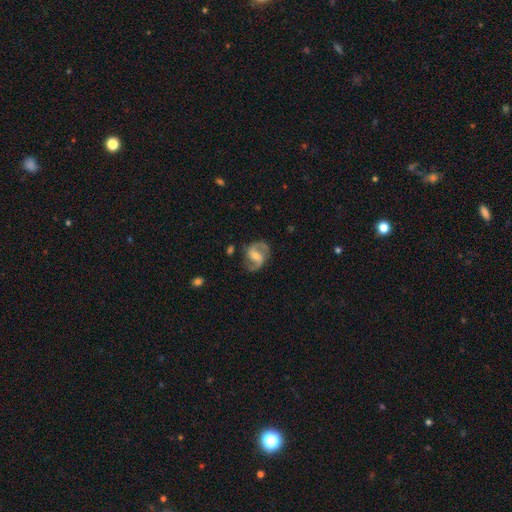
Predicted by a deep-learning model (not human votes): The model was most divided on "bulge size": moderate: 48%, small: 39%, none: 7%, large: 5%, dominant: 1%. More confident: edge-on disk — no (98%); spiral arms — yes (96%); spiral arm count — 2 (92%); smooth or featured — featured or disk (86%); merging — none (77%); spiral winding — medium (54%); bar — weak (50%).